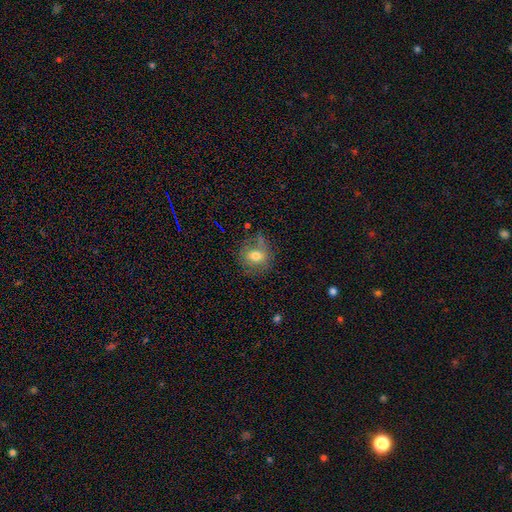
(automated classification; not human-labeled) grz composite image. It shows a smooth galaxy with no disk features (66%) that is round (63%). Merging: none (64%).